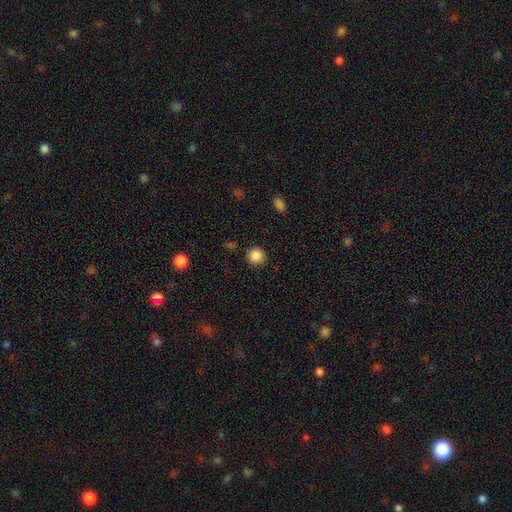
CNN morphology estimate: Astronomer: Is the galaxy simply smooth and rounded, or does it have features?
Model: smooth — 87%.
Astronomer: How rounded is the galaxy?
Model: round — 94%.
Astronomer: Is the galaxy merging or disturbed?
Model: none — 91%.